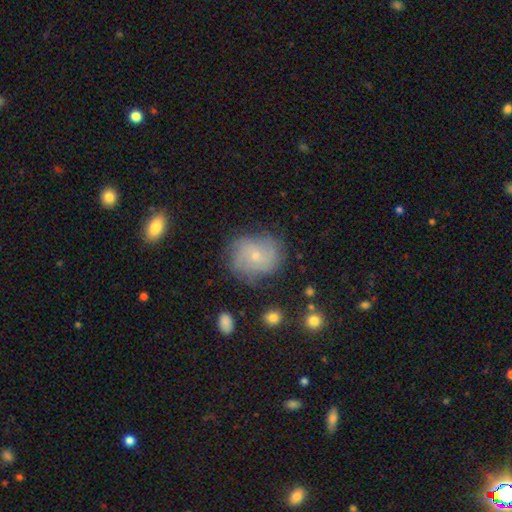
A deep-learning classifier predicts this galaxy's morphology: This is possibly a featured or disk galaxy (55%). It is clearly not viewed edge-on (97%). Bar: likely no (79%). Spiral arm pattern: clearly yes (81%). Central bulge: likely small (76%). Merging: likely none (71%).